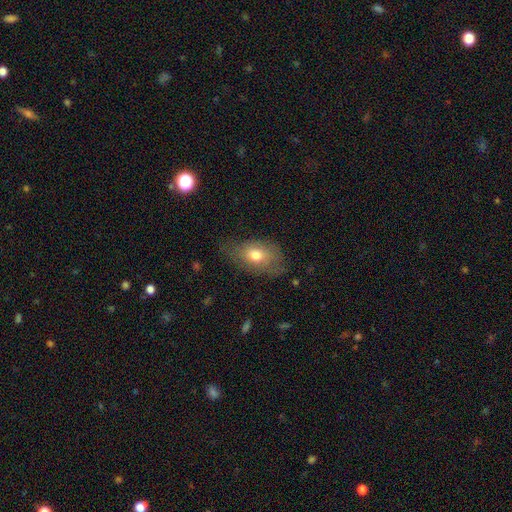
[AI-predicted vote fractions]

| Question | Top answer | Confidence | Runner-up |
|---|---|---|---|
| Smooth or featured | smooth | 71% | featured or disk (21%) |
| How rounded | in between | 86% | round (12%) |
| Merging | none | 61% | minor disturbance (27%) |